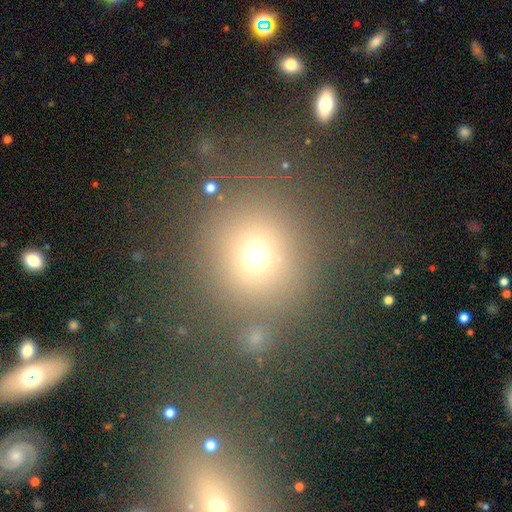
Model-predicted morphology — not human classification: Smooth or featured: smooth — 67% (star or artifact — 24%)
How rounded: round — 90% (in between — 9%)
Merging: none — 76% (minor disturbance — 9%)